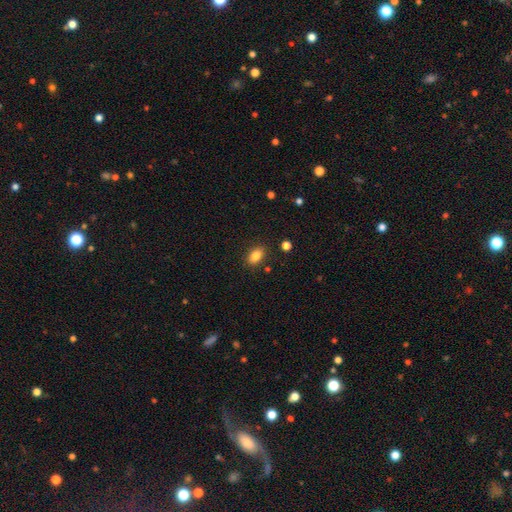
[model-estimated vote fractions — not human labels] This is clearly a smooth galaxy (84%). How rounded: clearly in between (84%). Merging: clearly none (85%).